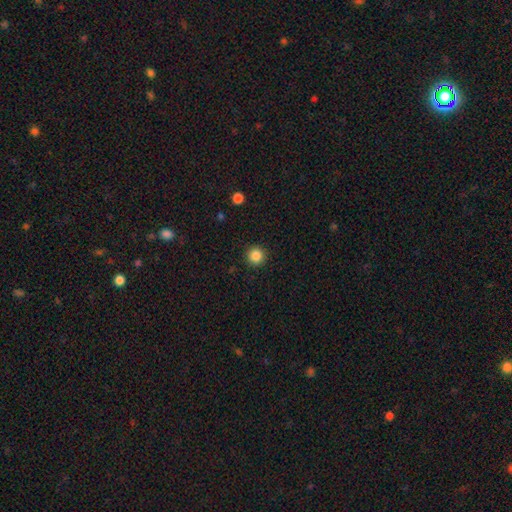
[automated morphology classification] This is clearly a smooth galaxy (86%). How rounded: clearly round (96%). Merging: clearly none (92%).